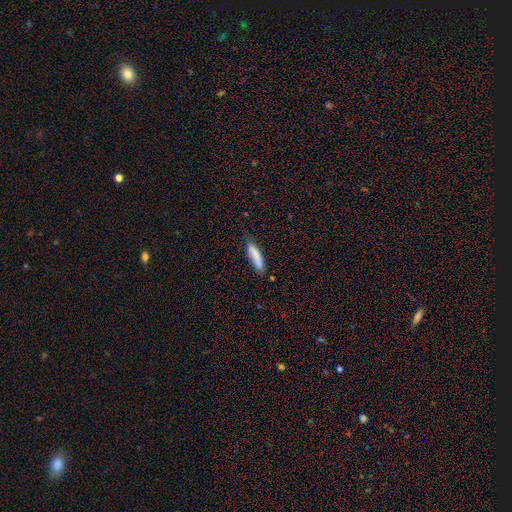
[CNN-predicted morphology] The model was most divided on "merging": none: 70%, minor disturbance: 22%, major disturbance: 5%, merger: 3%. More confident: smooth or featured — smooth (81%); how rounded — cigar-shaped (75%).